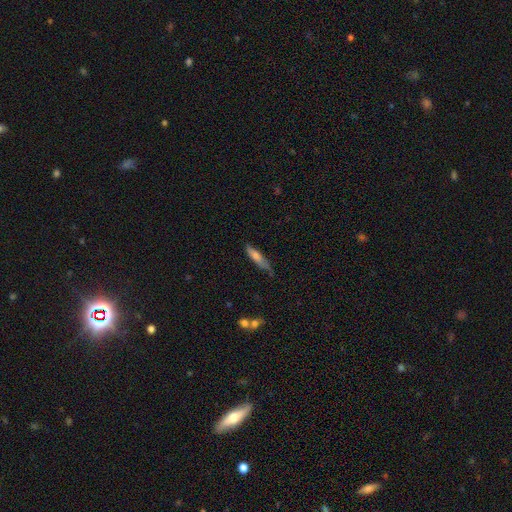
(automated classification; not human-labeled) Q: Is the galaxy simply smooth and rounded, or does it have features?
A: smooth — 55%.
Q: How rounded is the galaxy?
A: cigar-shaped — 82%.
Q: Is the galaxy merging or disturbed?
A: none — 69%.